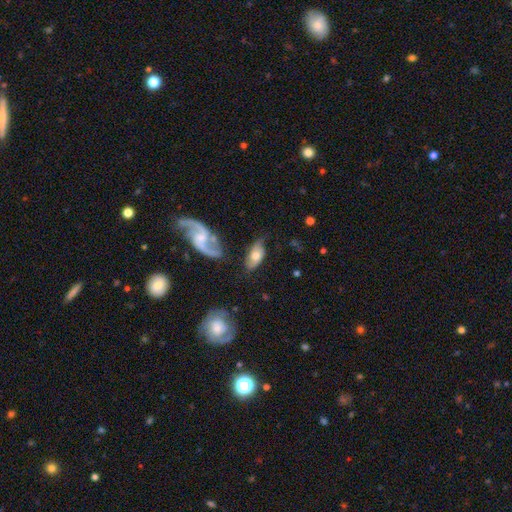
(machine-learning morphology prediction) A featured or disk galaxy (46%, tied with smooth).

Vote fractions:
- Smooth or featured? featured or disk: 46% (tied) / smooth: 46% (tied) / star or artifact: 7%
- Merging? none: 57% / minor disturbance: 25% / major disturbance: 11% / merger: 7%